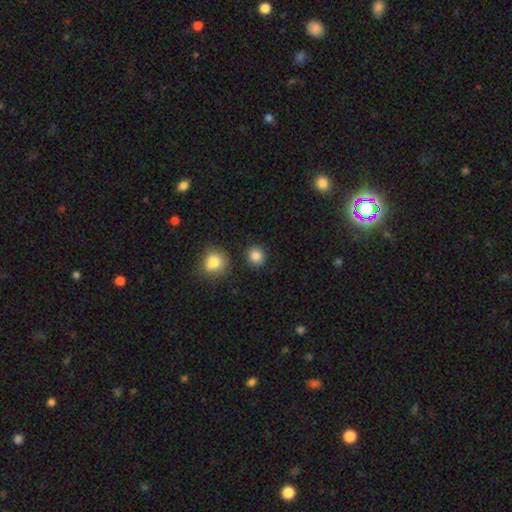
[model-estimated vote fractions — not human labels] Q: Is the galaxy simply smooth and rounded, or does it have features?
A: smooth — 86%.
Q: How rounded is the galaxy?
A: round — 85%.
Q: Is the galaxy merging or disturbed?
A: none — 87%.